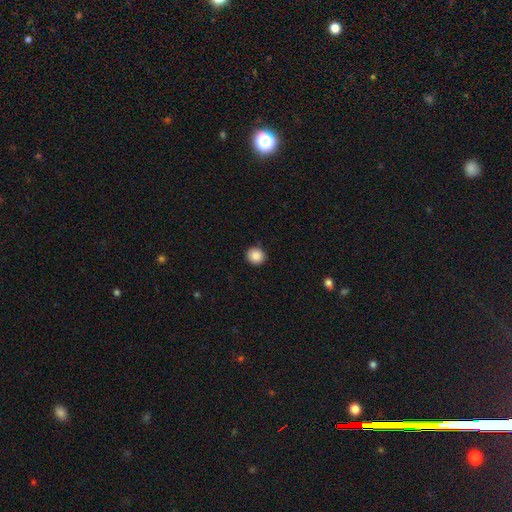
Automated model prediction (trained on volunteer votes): Q: Smooth or featured?
A: smooth (88%); runner-up: star or artifact (9%)
Q: How rounded?
A: round (88%); runner-up: in between (12%)
Q: Merging?
A: none (90%); runner-up: minor disturbance (7%)